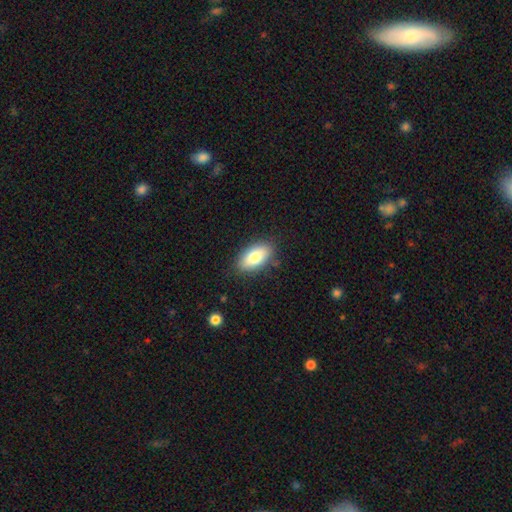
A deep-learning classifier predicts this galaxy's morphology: A smooth galaxy with no disk features (78%) that is in between round and cigar-shaped (91%).

Vote fractions:
- Smooth or featured? smooth: 78% / featured or disk: 15% / star or artifact: 7%
- How rounded? in between: 91% / cigar-shaped: 5% / round: 4%
- Merging? none: 86% / minor disturbance: 10% / major disturbance: 2% / merger: 1%